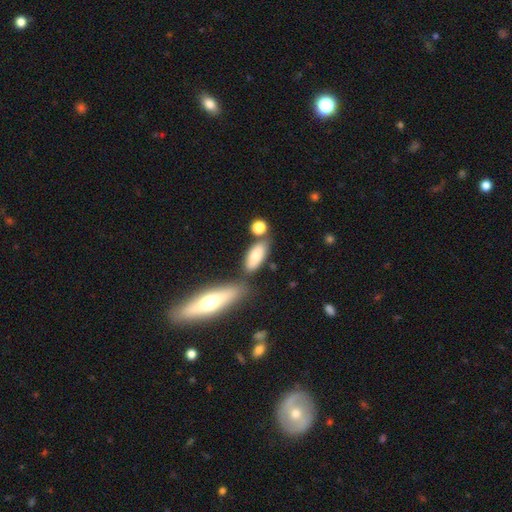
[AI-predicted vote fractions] Morphology: type=smooth (80%); roundness=in between (78%); merging=none (64%).